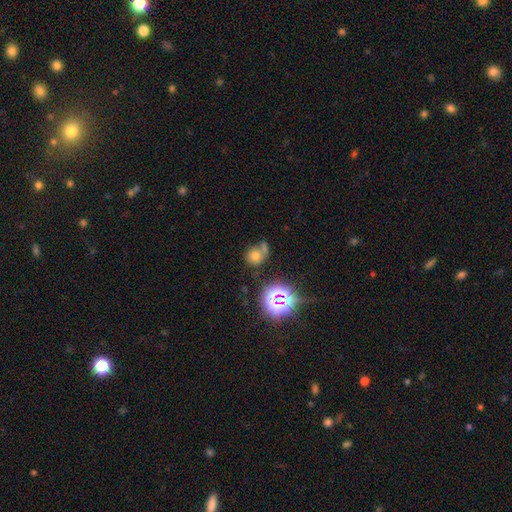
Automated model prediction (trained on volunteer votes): smooth_or_featured: smooth (p=0.57) [alt: star or artifact p=0.27]
how_rounded: round (p=0.75) [alt: in between p=0.24]
merging: none (p=0.49) [alt: merger p=0.29]